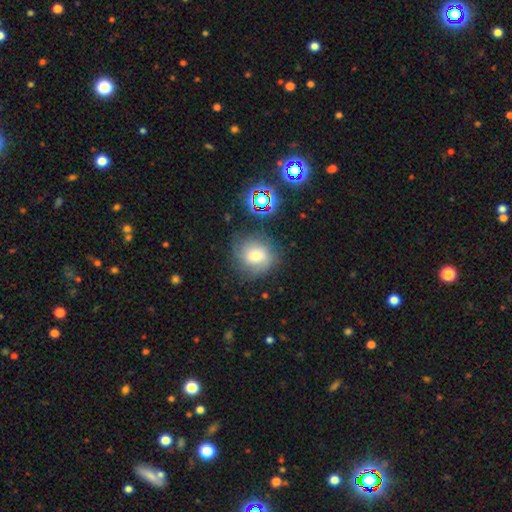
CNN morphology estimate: This is possibly a smooth galaxy (46%). Merging: likely none (69%).